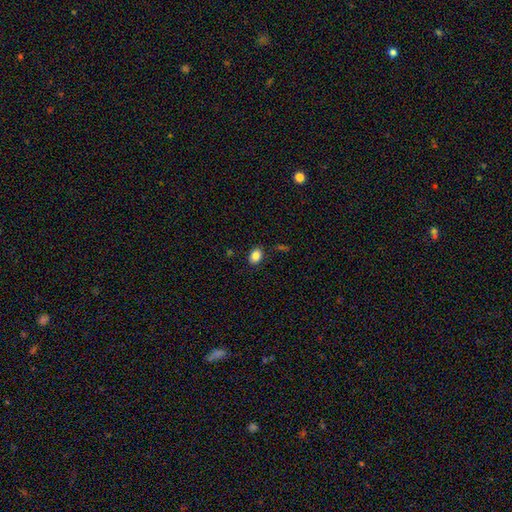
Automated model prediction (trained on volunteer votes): smooth_or_featured: smooth (p=0.86) [alt: star or artifact p=0.09]
how_rounded: in between (p=0.71) [alt: round p=0.28]
merging: none (p=0.86) [alt: minor disturbance p=0.10]